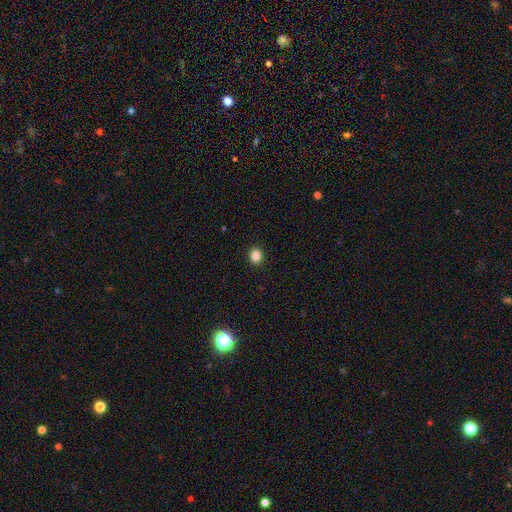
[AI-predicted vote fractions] smooth-or-featured: smooth: 85% | star or artifact: 11% | featured or disk: 4%
  how-rounded: round: 73% | in between: 26% | cigar-shaped: 1%
  merging: none: 92% | minor disturbance: 5% | major disturbance: 2% | merger: 1%